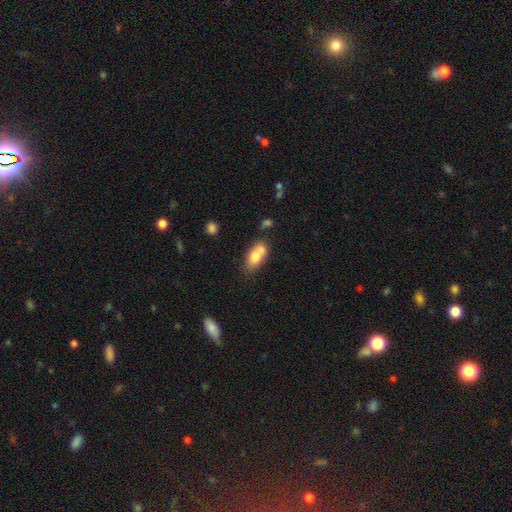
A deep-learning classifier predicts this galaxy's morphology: Smooth or featured? Predicted: smooth (p=0.71). How rounded? Predicted: in between (p=0.83). Merging? Predicted: merger (p=0.44).